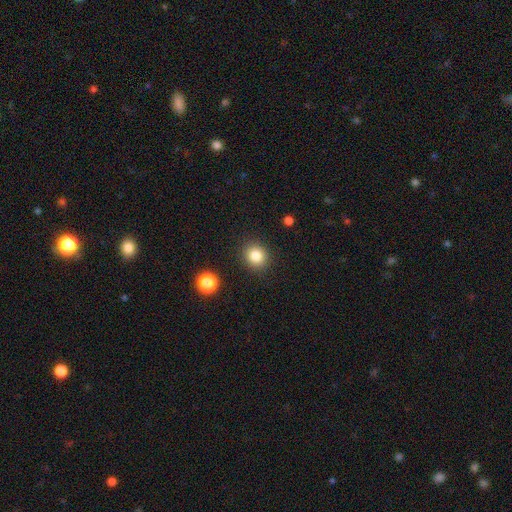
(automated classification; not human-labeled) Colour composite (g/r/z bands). It shows a smooth galaxy with no disk features (83%) that is round (80%). Merging: none (88%).